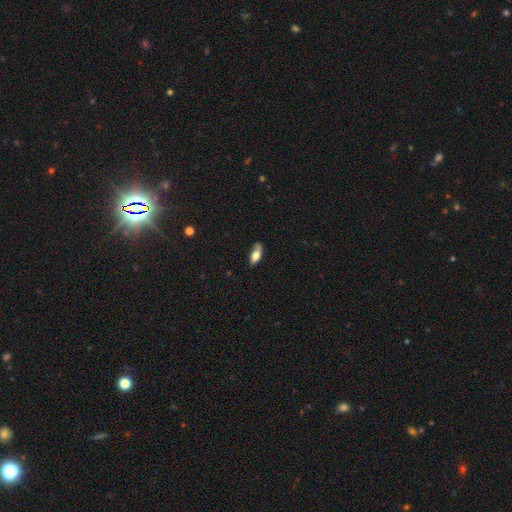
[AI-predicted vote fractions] Smooth or featured? smooth (72%)
How rounded? in between (80%)
Merging? none (61%)